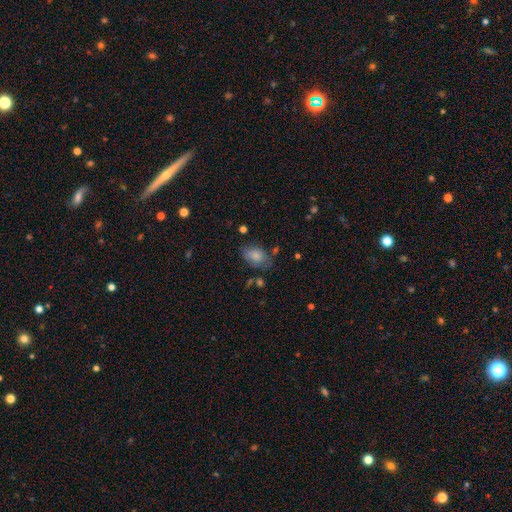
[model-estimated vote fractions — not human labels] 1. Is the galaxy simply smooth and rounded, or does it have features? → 78% smooth, 13% featured or disk, 9% star or artifact.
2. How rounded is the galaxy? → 82% in between, 17% round, 1% cigar-shaped.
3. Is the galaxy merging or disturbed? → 58% none, 27% minor disturbance, 10% major disturbance, 5% merger.